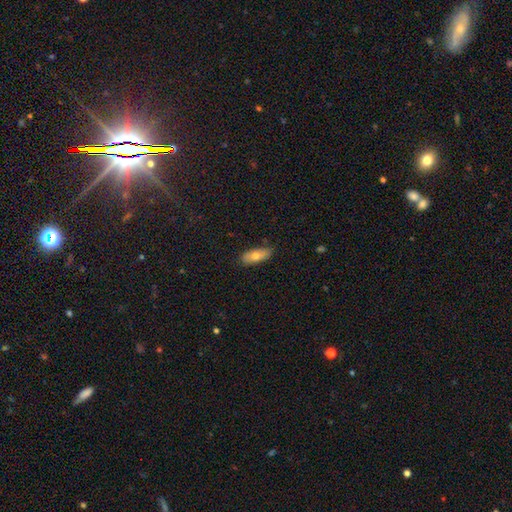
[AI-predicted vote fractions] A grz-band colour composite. It shows a smooth galaxy with no disk features (71%) that is in between round and cigar-shaped (73%). Merging: none (83%).